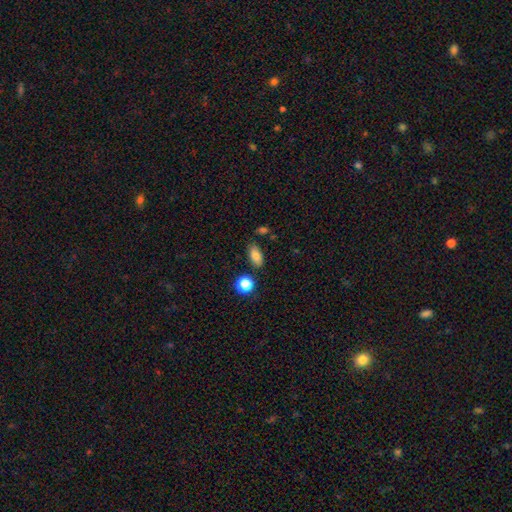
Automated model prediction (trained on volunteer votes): A smooth galaxy with no disk features (82%) that is in between round and cigar-shaped (88%). Merging: none (79%).